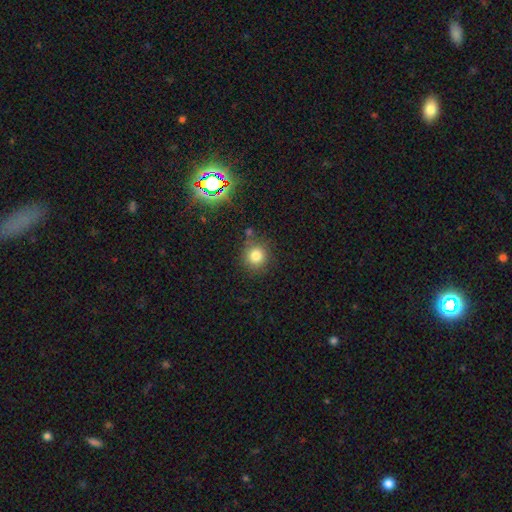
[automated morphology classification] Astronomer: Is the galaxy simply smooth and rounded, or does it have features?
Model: smooth — 79%.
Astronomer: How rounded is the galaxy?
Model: round — 92%.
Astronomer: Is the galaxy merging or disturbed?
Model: none — 81%.